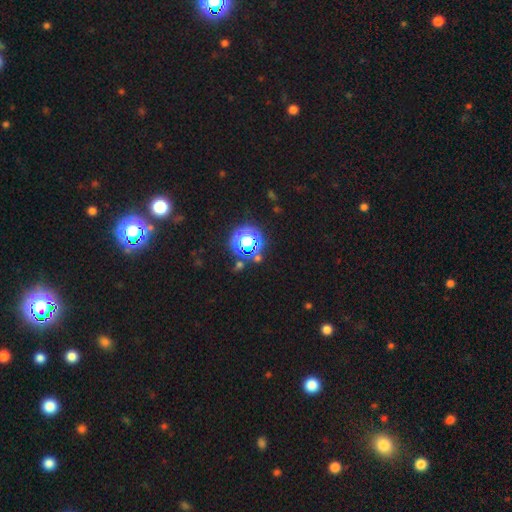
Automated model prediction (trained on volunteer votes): A star or artifact, not a galaxy (69%).